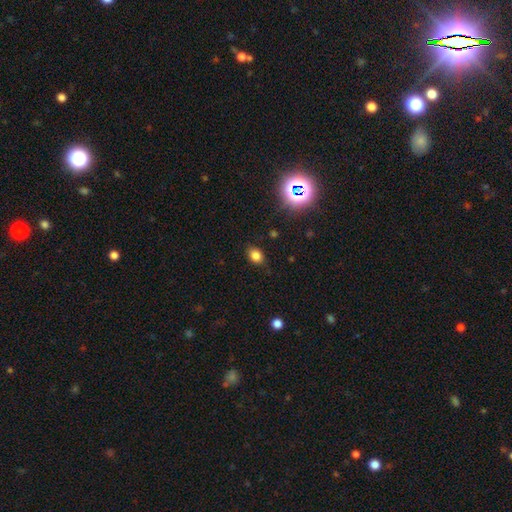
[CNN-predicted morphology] This appears to be a smooth galaxy with no disk features (81%) that is in between round and cigar-shaped (61%). Merging: none (83%).